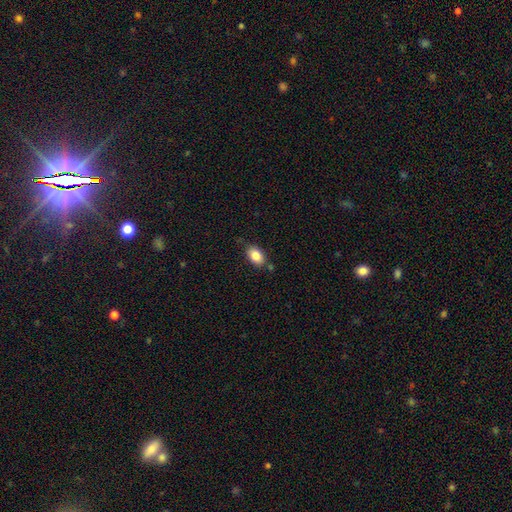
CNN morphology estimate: smooth-or-featured: smooth: 85% | star or artifact: 8% | featured or disk: 7%
  how-rounded: in between: 86% | round: 13% | cigar-shaped: 1%
  merging: none: 77% | minor disturbance: 15% | merger: 5% | major disturbance: 3%